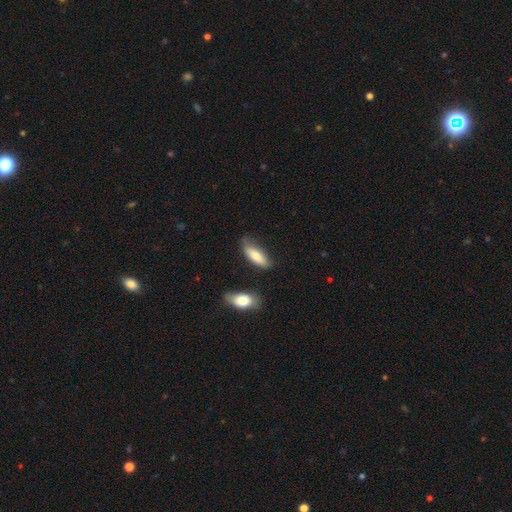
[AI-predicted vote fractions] This is likely a smooth galaxy (74%). How rounded: possibly in between (60%). Merging: likely none (62%).